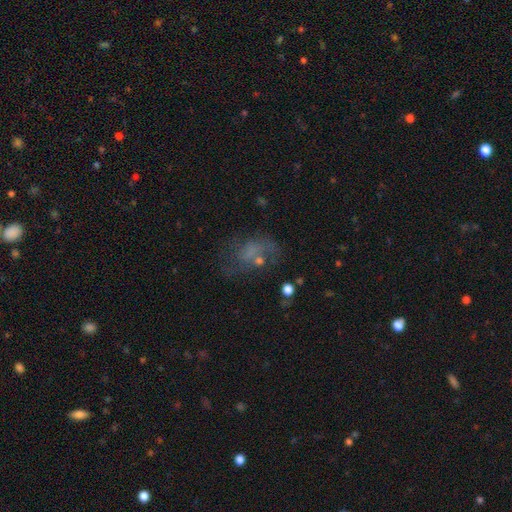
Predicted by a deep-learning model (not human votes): smooth_or_featured: featured or disk (p=0.42) [alt: smooth p=0.35]
merging: none (p=0.41) [alt: major disturbance p=0.31]